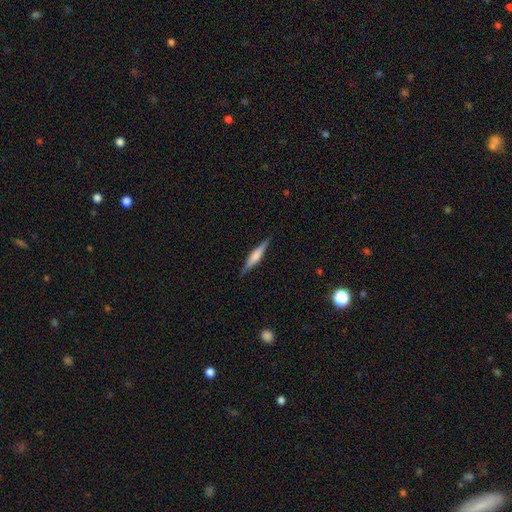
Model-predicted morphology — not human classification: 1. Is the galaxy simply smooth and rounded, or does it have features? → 51% featured or disk, 43% smooth, 6% star or artifact.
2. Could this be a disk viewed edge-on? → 97% yes, 3% no.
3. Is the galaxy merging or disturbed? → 89% none, 9% minor disturbance, 2% major disturbance, 1% merger.